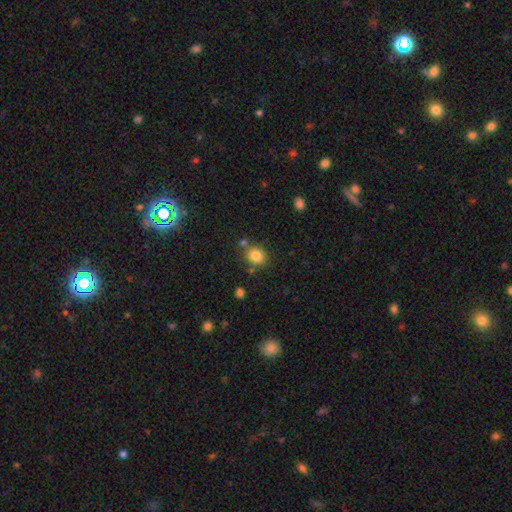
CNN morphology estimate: smooth_or_featured: smooth (p=0.83) [alt: star or artifact p=0.11]
how_rounded: round (p=0.67) [alt: in between p=0.32]
merging: none (p=0.73) [alt: minor disturbance p=0.12]